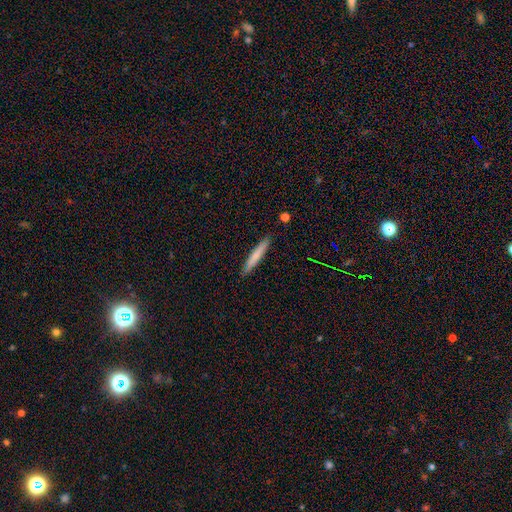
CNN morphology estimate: Smooth or featured: smooth — 71% (featured or disk — 23%)
How rounded: cigar-shaped — 95% (in between — 3%)
Merging: none — 90% (minor disturbance — 7%)